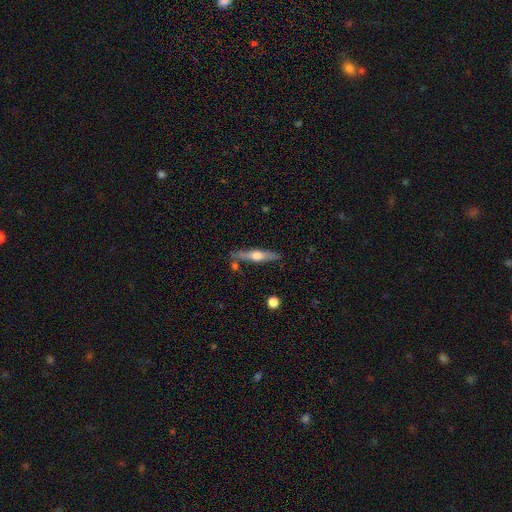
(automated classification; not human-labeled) This appears to be a featured or disk galaxy (56%) viewed edge-on (93%) with a rounded central bulge (92%). Merging: none (78%).